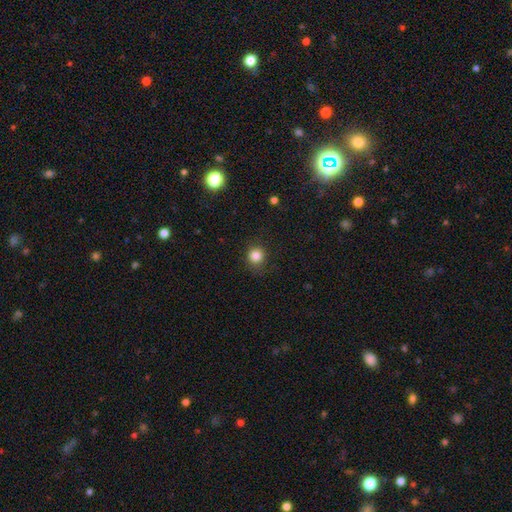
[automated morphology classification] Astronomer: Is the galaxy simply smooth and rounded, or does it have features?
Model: smooth — 85%.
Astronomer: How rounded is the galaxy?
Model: round — 90%.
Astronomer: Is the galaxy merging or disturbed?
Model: none — 83%.